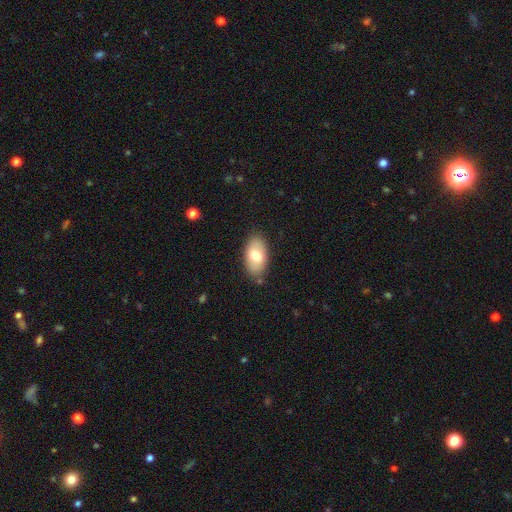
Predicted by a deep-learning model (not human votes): This is likely a smooth galaxy (73%). How rounded: clearly in between (94%). Merging: clearly none (81%).